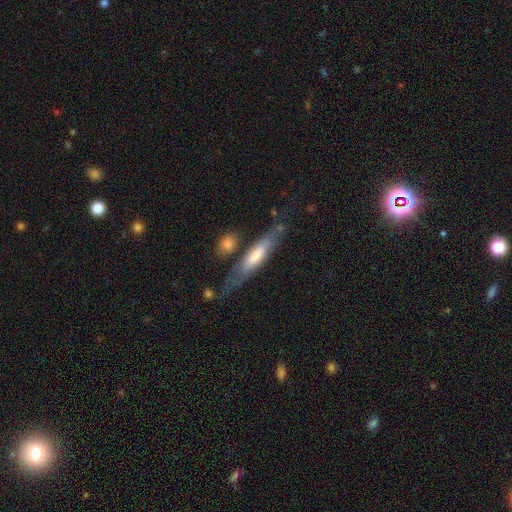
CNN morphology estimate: smooth-or-featured: featured or disk: 56% | smooth: 36% | star or artifact: 7%
  disk-edge-on: yes: 70% | no: 30%
  merging: none: 63% | minor disturbance: 20% | major disturbance: 9% | merger: 8%